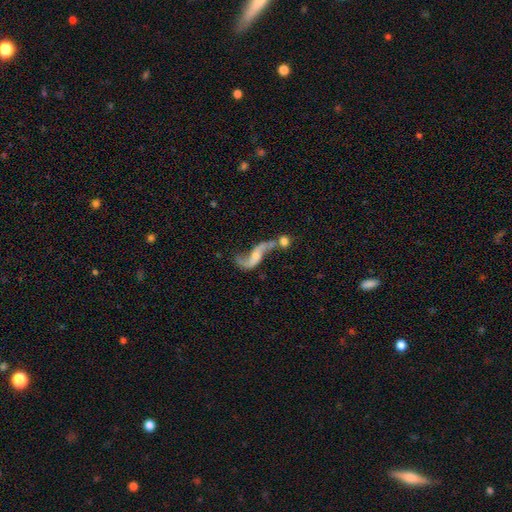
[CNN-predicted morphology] A featured or disk galaxy (75%) with no bar (55%), 2 (85%) loose (90%) spiral arms (86%) and a small central bulge (41%).

Vote fractions:
- Smooth or featured? featured or disk: 75% / smooth: 17% / star or artifact: 8%
- Edge-on disk? no: 91% / yes: 9%
- Bar? no: 55% / weak: 34% / strong: 11%
- Spiral arms? yes: 86% / no: 14%
- Spiral winding? loose: 90% / medium: 8% / tight: 2%
- Spiral arm count? 2: 85% / 1: 9% / can't tell: 4% / 3: 1% / 4: 1% / more than 4: 1%
- Bulge size? small: 41% / moderate: 33% / none: 20% / large: 5% / dominant: 2%
- Merging? merger: 42% / none: 27% / major disturbance: 17% / minor disturbance: 14%